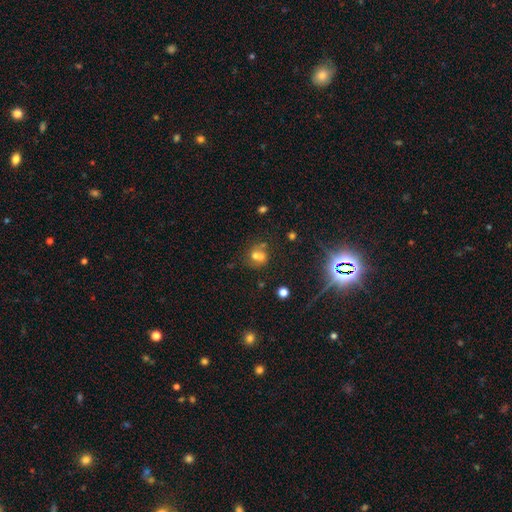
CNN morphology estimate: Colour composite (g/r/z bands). It shows a smooth galaxy with no disk features (58%) that is round (64%). Merging: merger (48%).